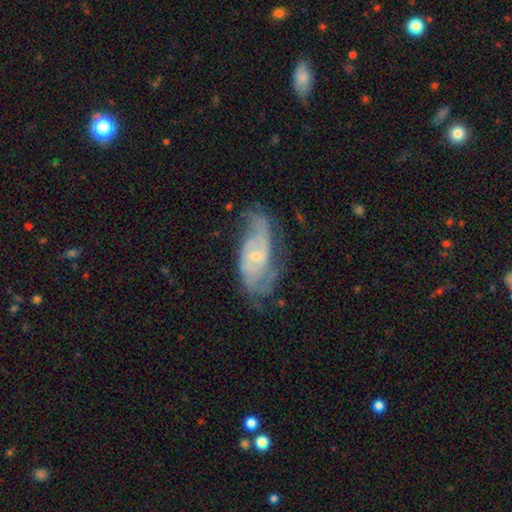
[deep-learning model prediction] Smooth or featured?
  - featured or disk: 80% *
  - smooth: 14%
  - star or artifact: 6%
Edge-on disk?
  - no: 94% *
  - yes: 6%
Bar?
  - no: 59% *
  - weak: 34%
  - strong: 7%
Spiral arms?
  - yes: 91% *
  - no: 9%
Spiral winding?
  - medium: 43% *
  - tight: 34%
  - loose: 23%
Spiral arm count?
  - 2: 51% *
  - can't tell: 27%
  - 3: 10%
  - 1: 6%
  - 4: 4%
  - more than 4: 3%
Bulge size?
  - small: 73% *
  - moderate: 23%
  - none: 3%
  - large: 1%
  - dominant: 1%
Merging?
  - none: 52% *
  - minor disturbance: 26%
  - major disturbance: 20%
  - merger: 2%